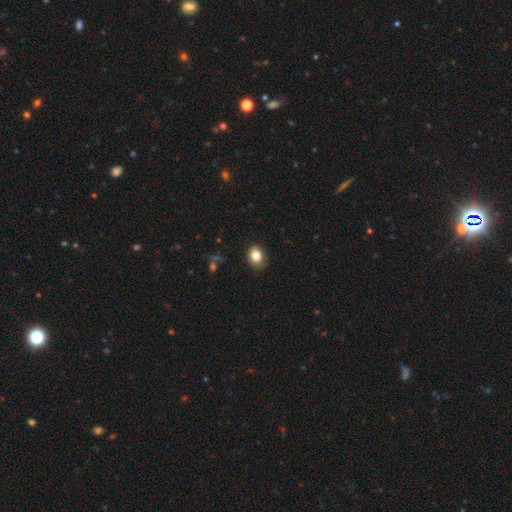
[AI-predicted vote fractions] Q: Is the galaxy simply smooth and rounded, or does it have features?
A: smooth — 82%.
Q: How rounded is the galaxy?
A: round — 54%.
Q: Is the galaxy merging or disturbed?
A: none — 83%.